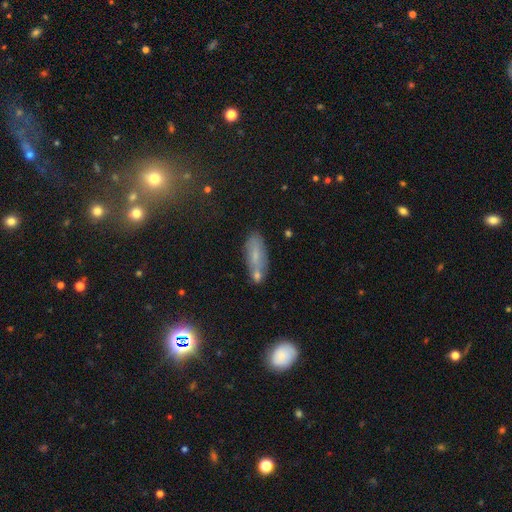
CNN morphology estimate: Smooth or featured: smooth — 59% (featured or disk — 27%)
How rounded: in between — 60% (cigar-shaped — 36%)
Merging: none — 58% (minor disturbance — 19%)